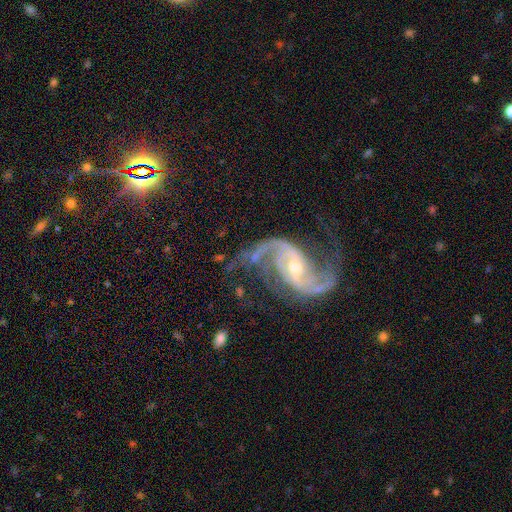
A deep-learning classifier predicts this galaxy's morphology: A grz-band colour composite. It shows a featured or disk galaxy (92%) with a weak bar (43%), 2 (90%) loose (48%) spiral arms (98%) and a moderate central bulge (51%). Merging: none (65%).